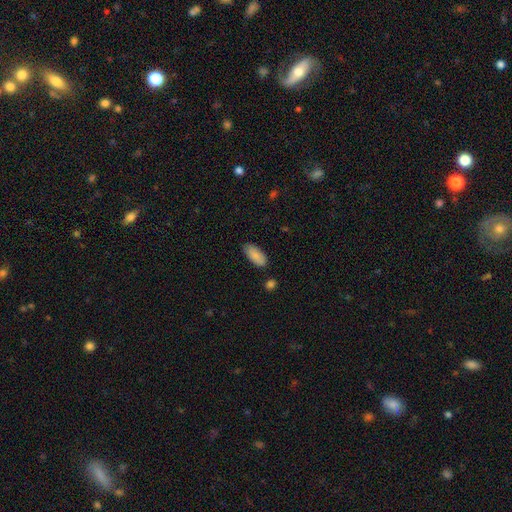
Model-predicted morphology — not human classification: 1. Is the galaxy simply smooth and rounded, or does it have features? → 88% smooth, 6% star or artifact, 6% featured or disk.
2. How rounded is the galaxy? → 88% in between, 10% cigar-shaped, 2% round.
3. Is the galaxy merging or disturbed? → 82% none, 13% minor disturbance, 3% major disturbance, 2% merger.